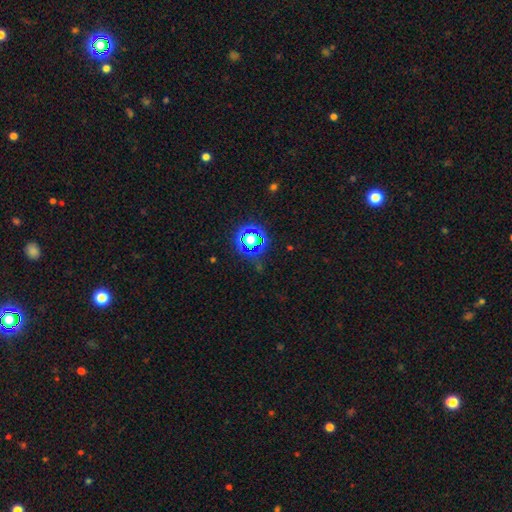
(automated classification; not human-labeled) Smooth or featured?
  - star or artifact: 74% *
  - smooth: 18%
  - featured or disk: 8%